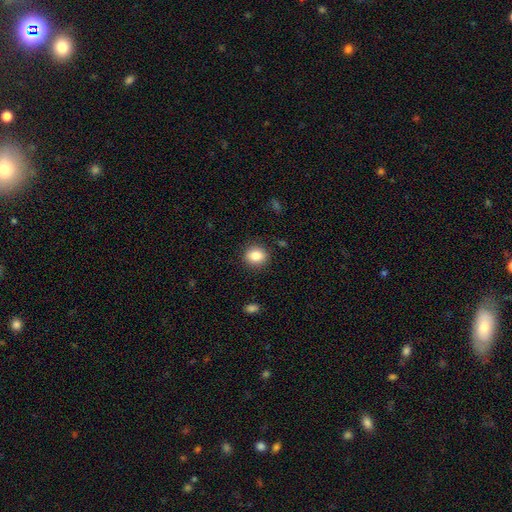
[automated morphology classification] A smooth galaxy with no disk features (85%) that is round (65%). Merging: none (88%).